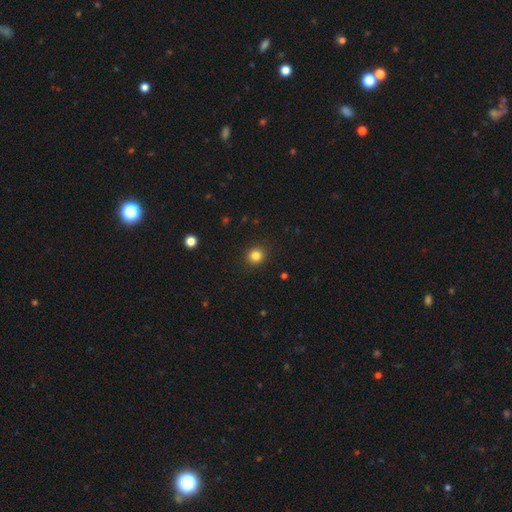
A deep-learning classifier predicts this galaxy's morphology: Smooth or featured? Predicted: smooth (p=0.83). How rounded? Predicted: round (p=0.90). Merging? Predicted: none (p=0.92).